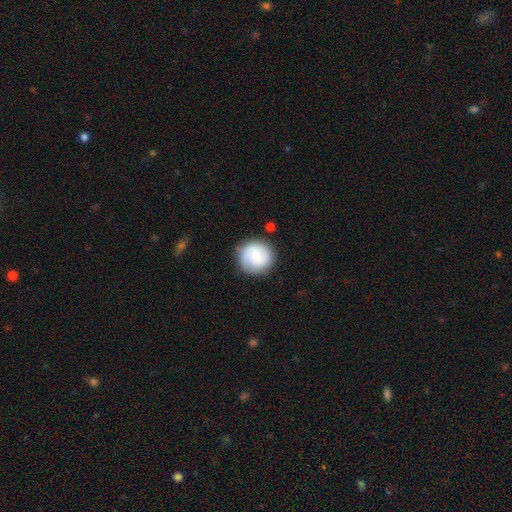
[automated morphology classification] Overall: smooth (75%). How rounded: round (93%). Merging: none (83%).